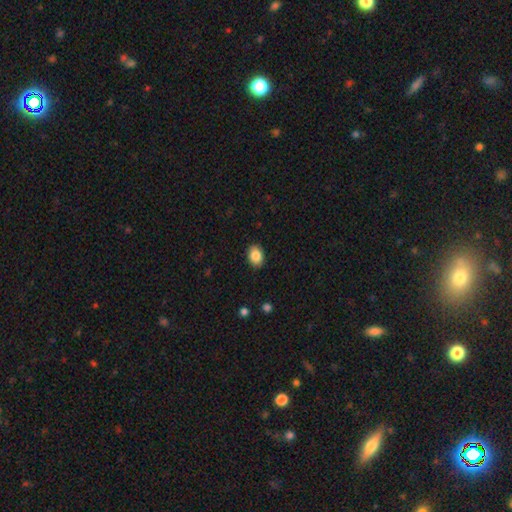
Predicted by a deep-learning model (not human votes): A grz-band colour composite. It shows a smooth galaxy with no disk features (87%) that is in between round and cigar-shaped (78%). Merging: none (89%).